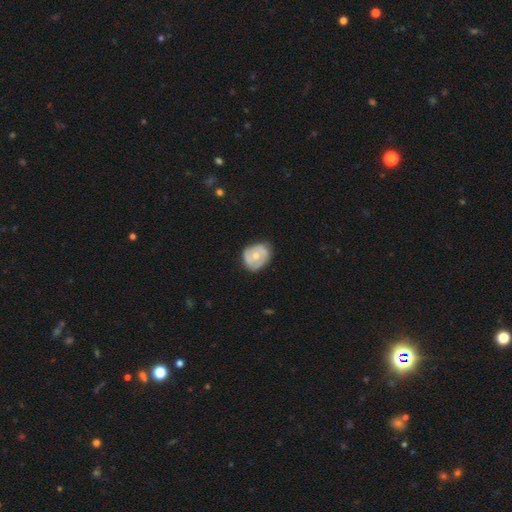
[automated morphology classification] A featured or disk galaxy (56%) with no bar (74%), spiral arms (61%) and a moderate central bulge (63%).

Vote fractions:
- Smooth or featured? featured or disk: 56% / smooth: 39% / star or artifact: 6%
- Edge-on disk? no: 97% / yes: 3%
- Bar? no: 74% / weak: 22% / strong: 5%
- Spiral arms? yes: 61% / no: 39%
- Bulge size? moderate: 63% / small: 32% / large: 2% / none: 2% / dominant: 1%
- Merging? none: 67% / minor disturbance: 25% / major disturbance: 6% / merger: 1%